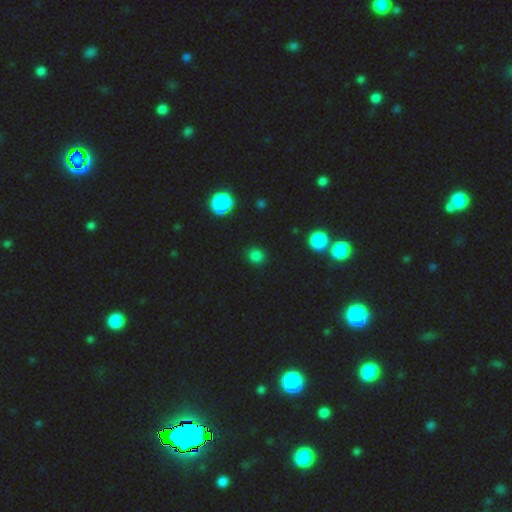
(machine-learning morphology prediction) This is likely a smooth galaxy (76%). How rounded: clearly round (89%). Merging: clearly none (89%).